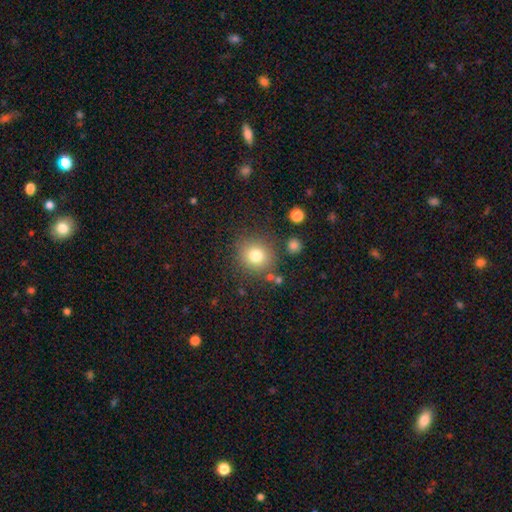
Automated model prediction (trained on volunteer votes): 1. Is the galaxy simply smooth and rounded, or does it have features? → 78% smooth, 13% star or artifact, 9% featured or disk.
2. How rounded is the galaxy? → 88% round, 11% in between, 1% cigar-shaped.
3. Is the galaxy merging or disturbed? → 82% none, 9% minor disturbance, 4% merger, 4% major disturbance.